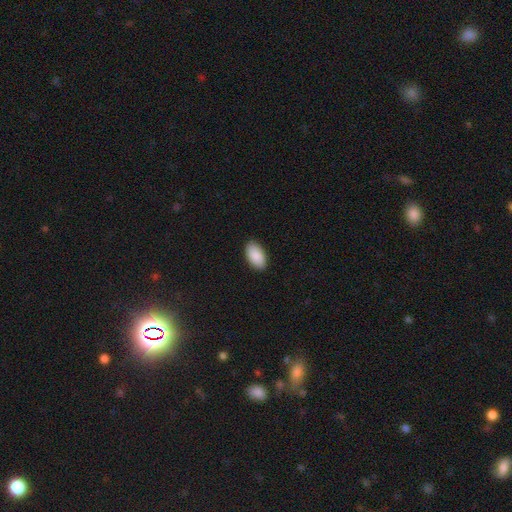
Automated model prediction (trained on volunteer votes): A smooth galaxy with no disk features (91%) that is in between round and cigar-shaped (96%).

Vote fractions:
- Smooth or featured? smooth: 91% / star or artifact: 6% / featured or disk: 3%
- How rounded? in between: 96% / round: 3% / cigar-shaped: 2%
- Merging? none: 89% / minor disturbance: 8% / major disturbance: 2% / merger: 1%